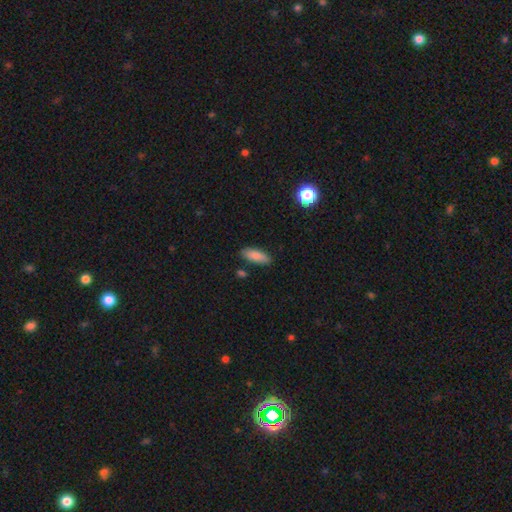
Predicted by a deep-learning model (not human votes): Q: Smooth or featured?
A: smooth (86%); runner-up: star or artifact (7%)
Q: How rounded?
A: in between (70%); runner-up: cigar-shaped (28%)
Q: Merging?
A: none (82%); runner-up: minor disturbance (13%)